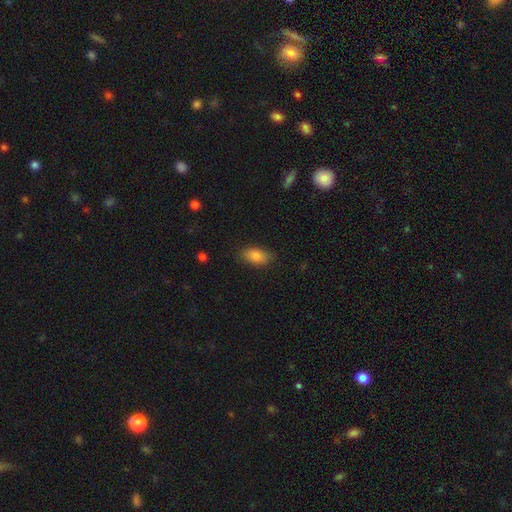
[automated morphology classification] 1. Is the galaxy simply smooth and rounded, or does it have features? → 86% smooth, 8% star or artifact, 6% featured or disk.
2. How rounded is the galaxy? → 91% in between, 6% round, 3% cigar-shaped.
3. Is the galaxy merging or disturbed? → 82% none, 13% minor disturbance, 3% major disturbance, 1% merger.